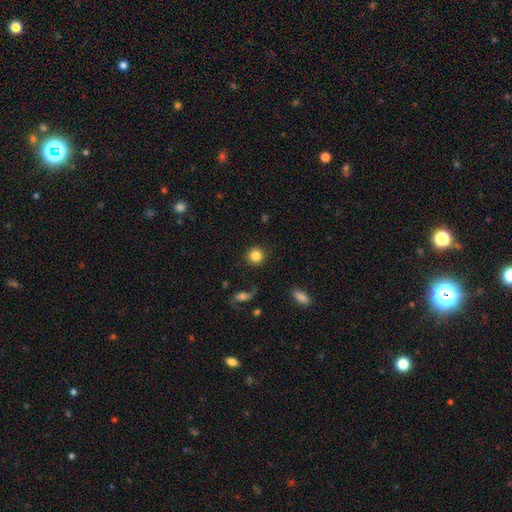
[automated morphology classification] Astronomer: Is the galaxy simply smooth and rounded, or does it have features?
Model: smooth — 85%.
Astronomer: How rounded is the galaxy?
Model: round — 93%.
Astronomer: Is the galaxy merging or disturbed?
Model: none — 89%.